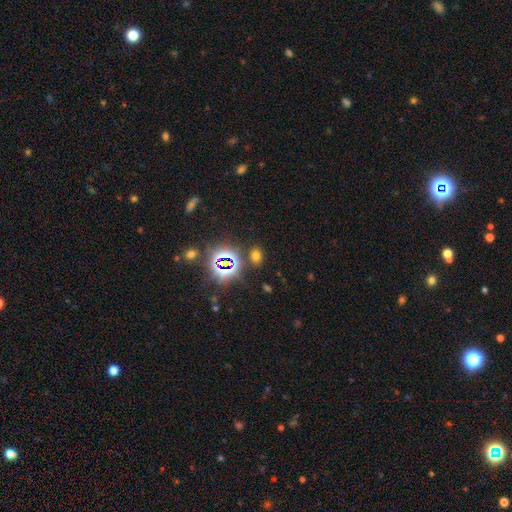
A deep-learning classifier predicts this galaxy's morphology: Smooth or featured? smooth (54%)
How rounded? in between (75%)
Merging? none (83%)